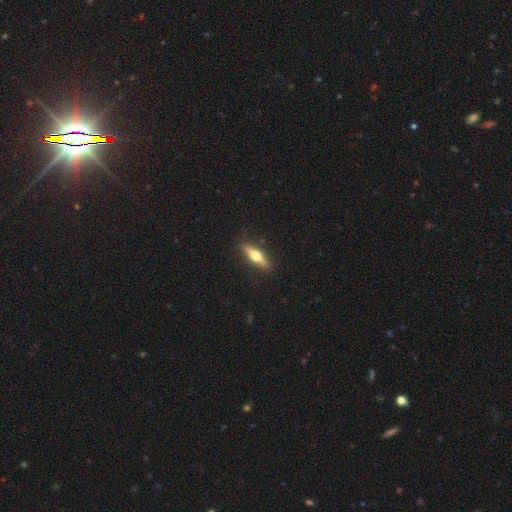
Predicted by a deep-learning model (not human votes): Smooth or featured: smooth — 52% (featured or disk — 43%)
How rounded: cigar-shaped — 68% (in between — 30%)
Merging: none — 89% (minor disturbance — 8%)